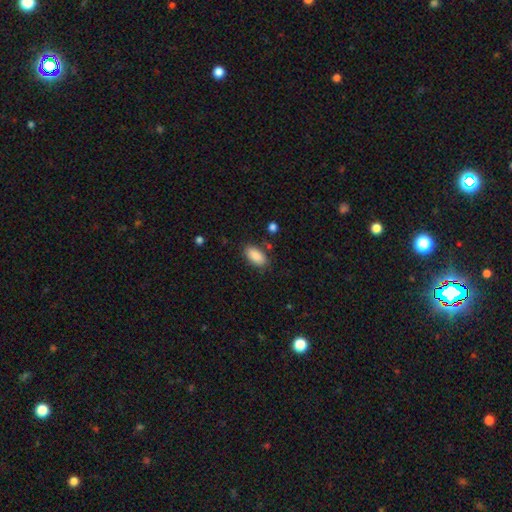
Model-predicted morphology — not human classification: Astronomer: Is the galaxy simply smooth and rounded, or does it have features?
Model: smooth — 88%.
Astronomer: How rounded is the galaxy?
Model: in between — 93%.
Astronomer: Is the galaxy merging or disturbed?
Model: none — 82%.